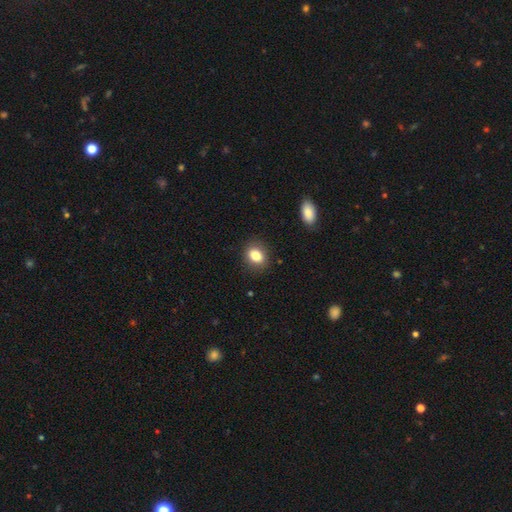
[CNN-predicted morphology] smooth-or-featured: smooth: 82% | star or artifact: 9% | featured or disk: 8%
  how-rounded: in between: 56% | round: 43% | cigar-shaped: 1%
  merging: none: 86% | minor disturbance: 10% | major disturbance: 3% | merger: 1%